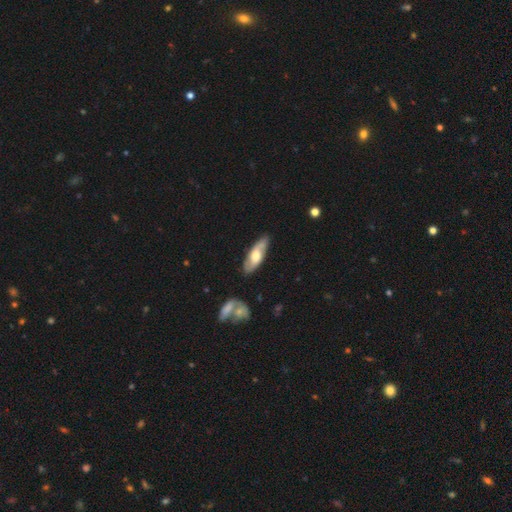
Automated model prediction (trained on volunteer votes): Smooth or featured? Predicted: featured or disk (p=0.54). Edge-on disk? Predicted: no (p=0.70). Merging? Predicted: none (p=0.81).